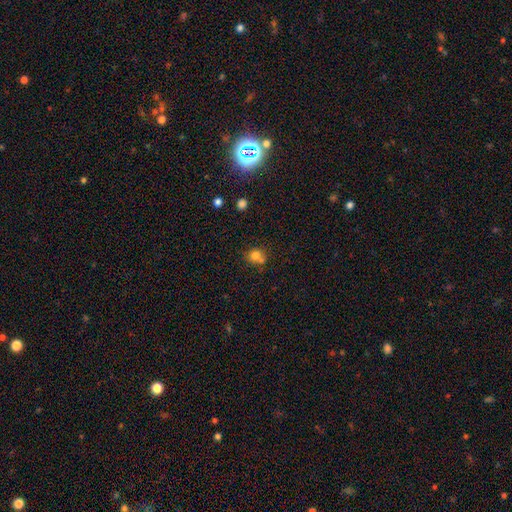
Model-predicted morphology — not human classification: Smooth or featured? Predicted: smooth (p=0.77). How rounded? Predicted: round (p=0.74). Merging? Predicted: none (p=0.50).